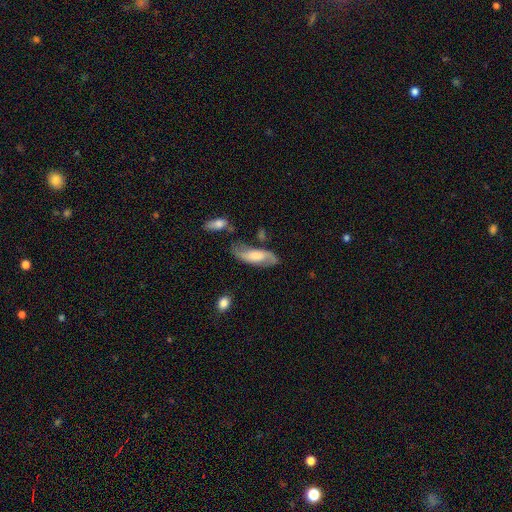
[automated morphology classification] Overall: featured or disk (61%; smooth 33%). Edge-on disk: no (87%). Bar: no (51%; weak 36%). Spiral arms: yes (90%). Bulge size: moderate (34%; large 26%). Merging: none (61%; minor disturbance 21%).